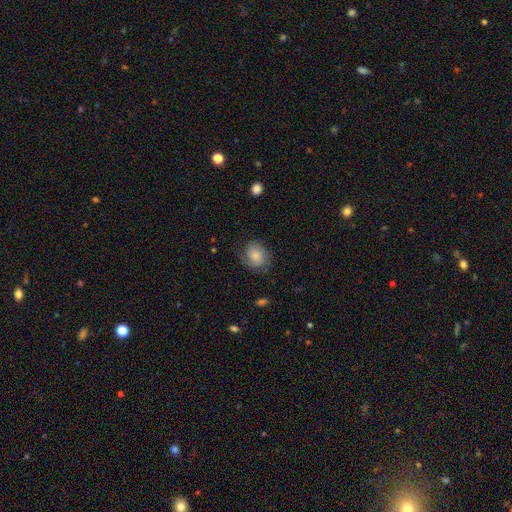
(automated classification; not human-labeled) Smooth or featured? Predicted: smooth (p=0.56). How rounded? Predicted: round (p=0.52). Merging? Predicted: none (p=0.68).